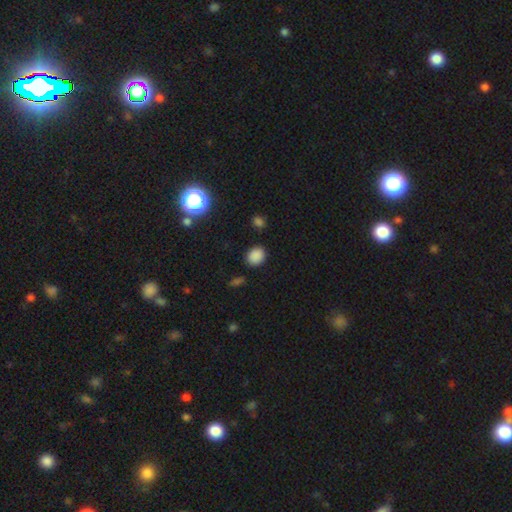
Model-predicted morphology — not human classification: Overall: smooth (85%). How rounded: round (59%; in between 40%). Merging: none (87%).